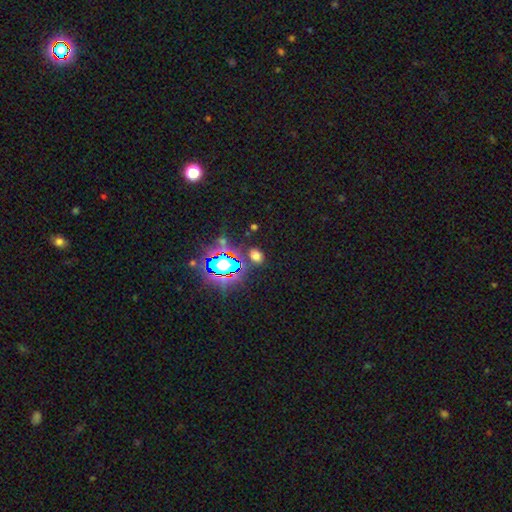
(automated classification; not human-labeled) Morphology: type=smooth (59%); roundness=in between (61%); merging=none (82%).